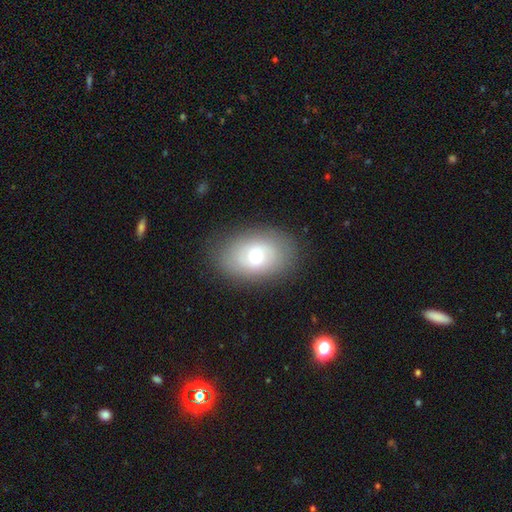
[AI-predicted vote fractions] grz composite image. It shows a smooth galaxy with no disk features (59%) that is in between round and cigar-shaped (85%). Merging: none (84%).